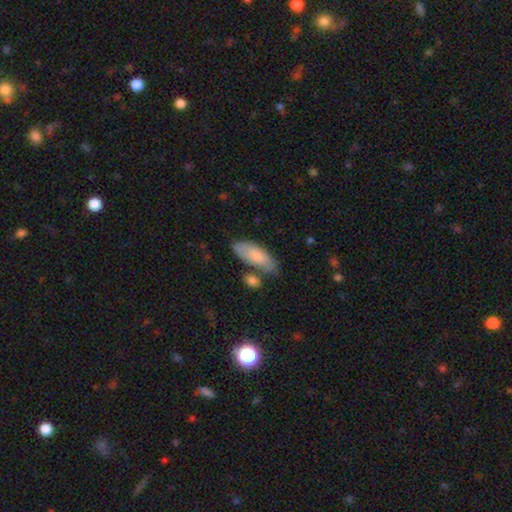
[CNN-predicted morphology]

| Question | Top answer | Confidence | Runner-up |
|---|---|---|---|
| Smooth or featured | smooth | 78% | featured or disk (16%) |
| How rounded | in between | 80% | cigar-shaped (18%) |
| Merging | none | 55% | minor disturbance (24%) |